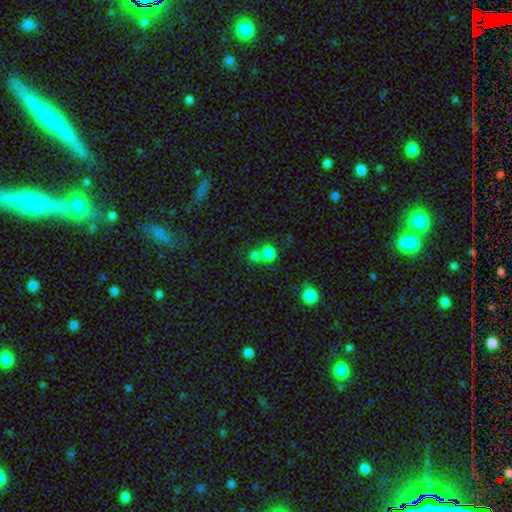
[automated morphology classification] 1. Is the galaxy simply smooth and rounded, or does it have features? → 78% smooth, 15% star or artifact, 8% featured or disk.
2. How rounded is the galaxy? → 85% round, 14% in between, 1% cigar-shaped.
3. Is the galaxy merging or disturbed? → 49% none, 42% merger, 6% minor disturbance, 3% major disturbance.